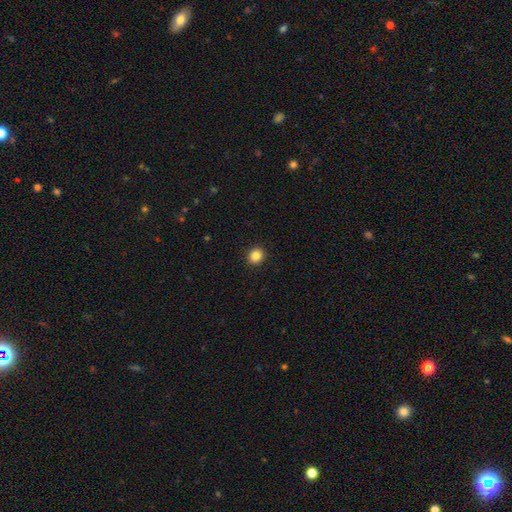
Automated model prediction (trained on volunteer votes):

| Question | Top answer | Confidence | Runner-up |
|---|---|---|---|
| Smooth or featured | smooth | 85% | star or artifact (11%) |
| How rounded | round | 83% | in between (16%) |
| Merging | none | 93% | minor disturbance (5%) |